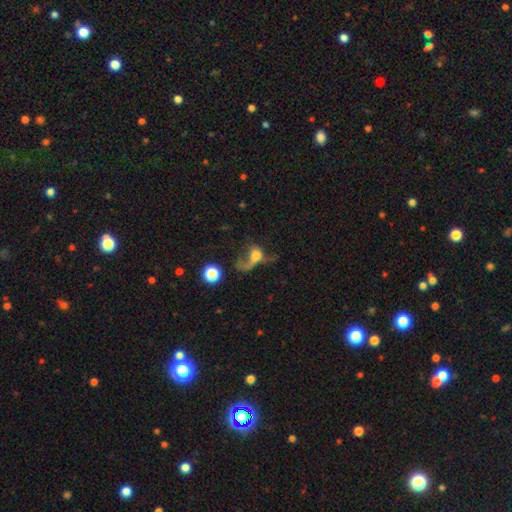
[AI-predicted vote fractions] Morphology: type=smooth (49%); merging=major disturbance (59%).